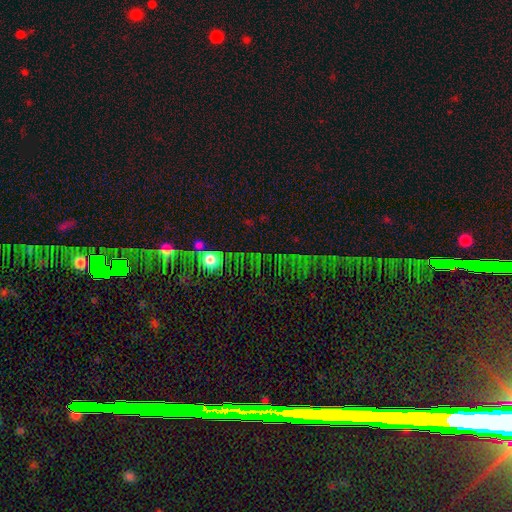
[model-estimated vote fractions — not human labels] The model was most divided on "smooth or featured": star or artifact: 45%, smooth: 38%, featured or disk: 17%.